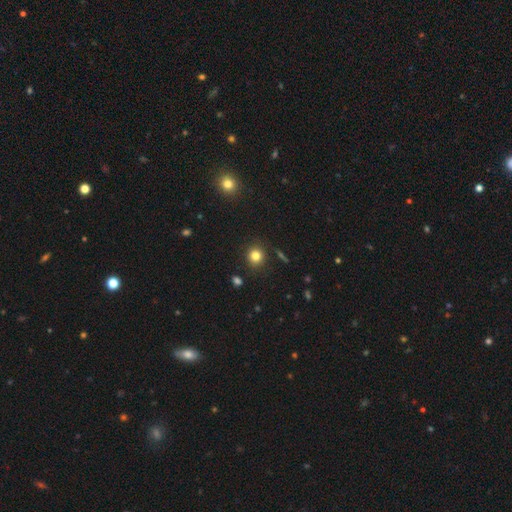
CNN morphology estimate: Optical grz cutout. It shows a smooth galaxy with no disk features (81%) that is round (87%). Merging: none (89%).